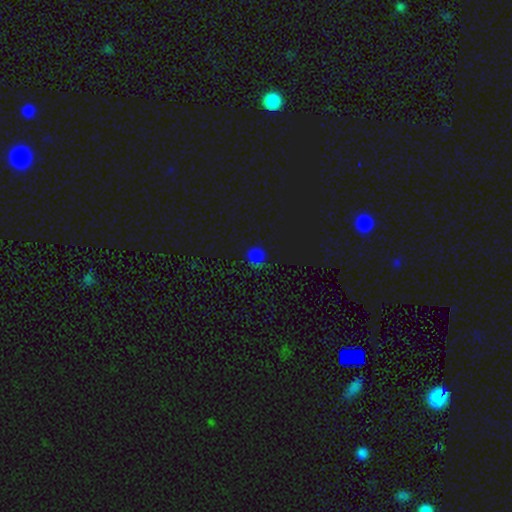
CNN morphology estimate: Overall: smooth (54%; star or artifact 40%). How rounded: round (83%). Merging: none (75%).